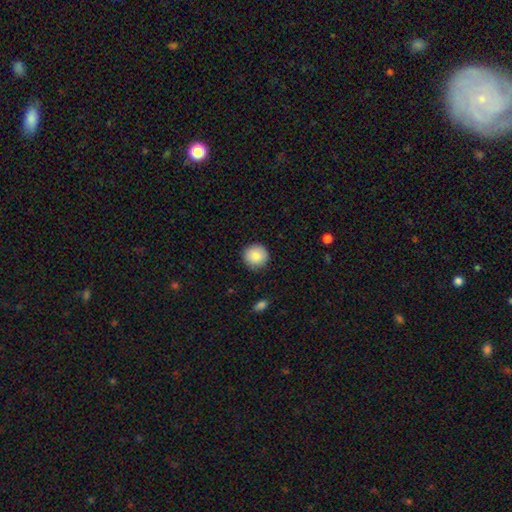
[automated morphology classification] The model was most divided on "smooth or featured": smooth: 87%, star or artifact: 7%, featured or disk: 5%. More confident: how rounded — round (94%); merging — none (90%).